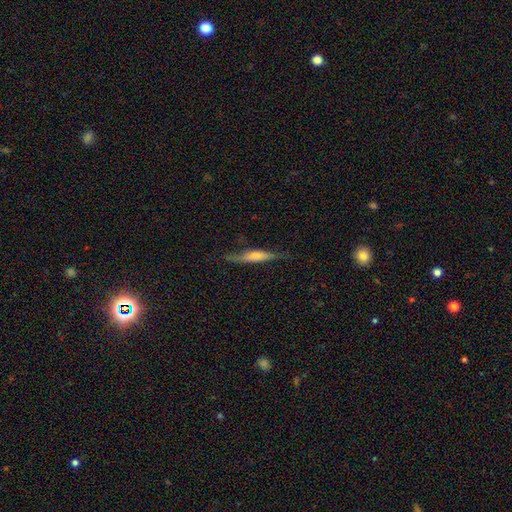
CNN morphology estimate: Overall: featured or disk (48%; smooth 45%). Merging: none (71%).